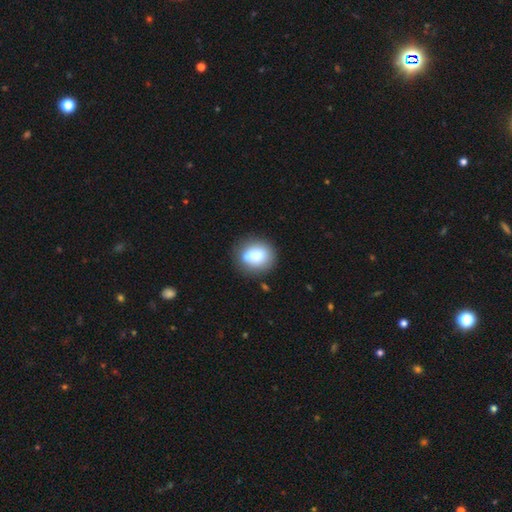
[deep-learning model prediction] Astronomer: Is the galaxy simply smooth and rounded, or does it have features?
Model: smooth — 74%.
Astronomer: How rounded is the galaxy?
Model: round — 71%.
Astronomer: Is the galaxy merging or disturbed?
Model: none — 66%.